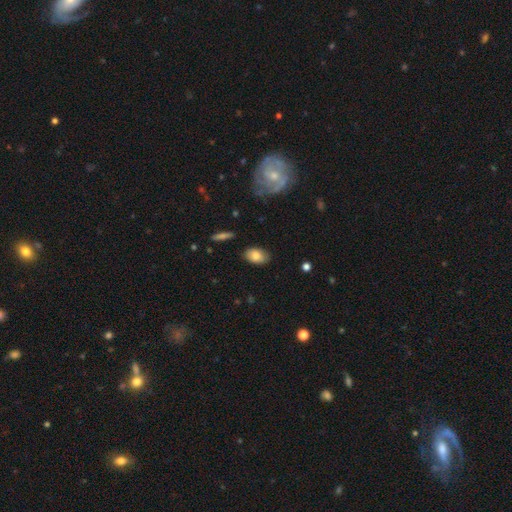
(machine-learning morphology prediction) smooth 82%, featured or disk 10%, star or artifact 7%. Down the decision tree: how rounded — in between (90%); merging — none (82%).